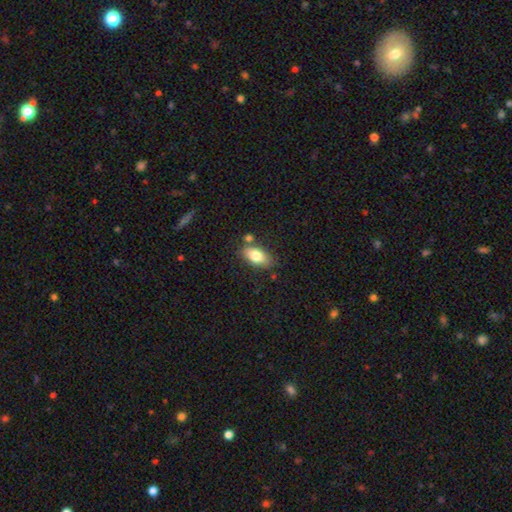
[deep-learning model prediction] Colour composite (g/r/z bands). It shows a smooth galaxy with no disk features (79%) that is in between round and cigar-shaped (89%). Merging: none (72%).